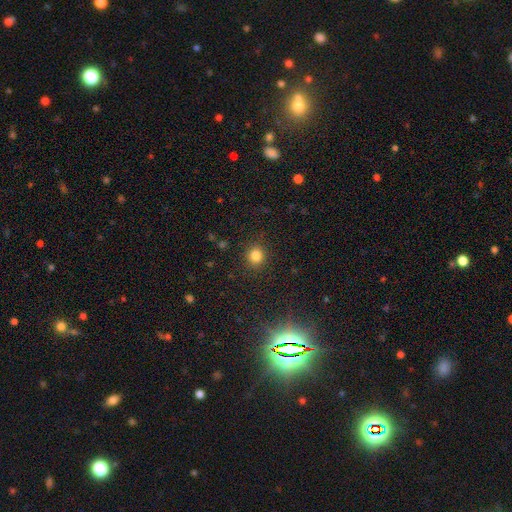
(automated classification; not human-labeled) Smooth or featured?
  - smooth: 82% *
  - star or artifact: 13%
  - featured or disk: 5%
How rounded?
  - round: 86% *
  - in between: 13%
  - cigar-shaped: 1%
Merging?
  - none: 89% *
  - minor disturbance: 7%
  - major disturbance: 3%
  - merger: 1%